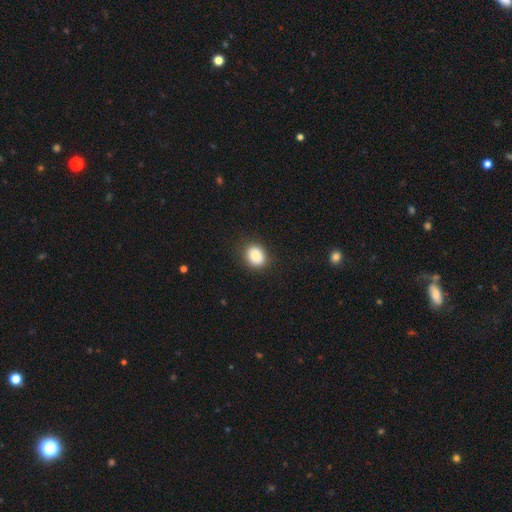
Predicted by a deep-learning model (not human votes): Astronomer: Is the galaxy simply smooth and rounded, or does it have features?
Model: smooth — 86%.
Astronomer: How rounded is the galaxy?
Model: round — 52% (runner-up: in between, 47%).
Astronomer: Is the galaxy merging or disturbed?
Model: none — 85%.